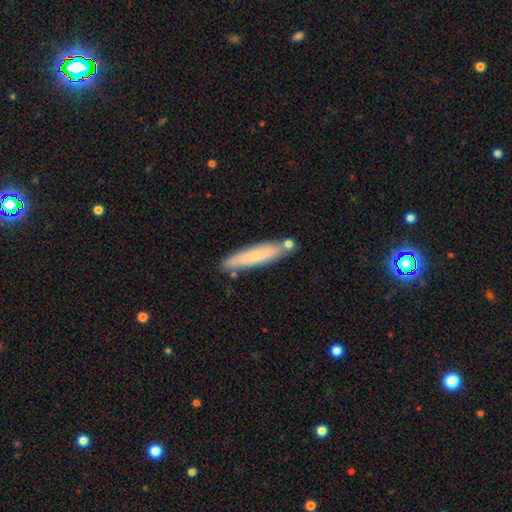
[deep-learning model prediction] smooth_or_featured: smooth (p=0.64) [alt: featured or disk p=0.30]
how_rounded: cigar-shaped (p=0.84) [alt: in between p=0.14]
merging: none (p=0.73) [alt: minor disturbance p=0.15]